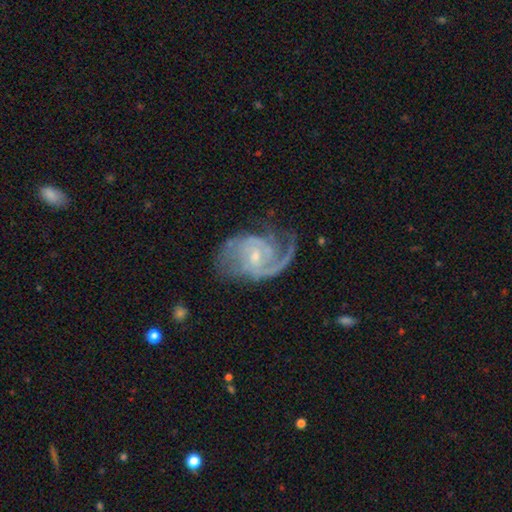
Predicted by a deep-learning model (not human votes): Smooth or featured?
  - featured or disk: 89% *
  - smooth: 6%
  - star or artifact: 5%
Edge-on disk?
  - no: 98% *
  - yes: 2%
Bar?
  - no: 49% *
  - weak: 42%
  - strong: 9%
Spiral arms?
  - yes: 96% *
  - no: 4%
Spiral winding?
  - medium: 48% *
  - tight: 35%
  - loose: 18%
Spiral arm count?
  - 2: 55% *
  - 1: 15%
  - can't tell: 13%
  - 3: 10%
  - 4: 3%
  - more than 4: 3%
Bulge size?
  - small: 68% *
  - moderate: 27%
  - none: 2%
  - large: 1%
  - dominant: 1%
Merging?
  - none: 57% *
  - minor disturbance: 21%
  - major disturbance: 20%
  - merger: 2%